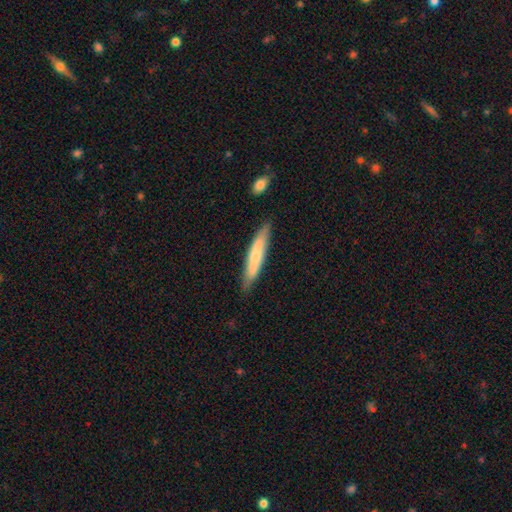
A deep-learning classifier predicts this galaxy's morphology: The model was most divided on "smooth or featured": smooth: 60%, featured or disk: 35%, star or artifact: 6%. More confident: how rounded — cigar-shaped (91%); merging — none (83%).